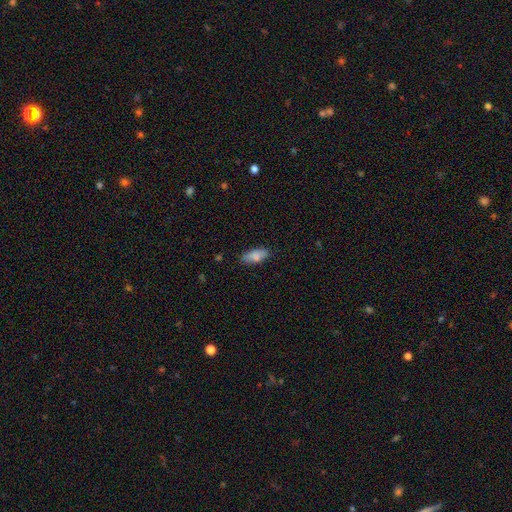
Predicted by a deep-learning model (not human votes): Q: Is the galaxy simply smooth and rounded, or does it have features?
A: smooth — 84%.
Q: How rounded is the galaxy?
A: in between — 81%.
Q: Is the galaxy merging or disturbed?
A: none — 82%.